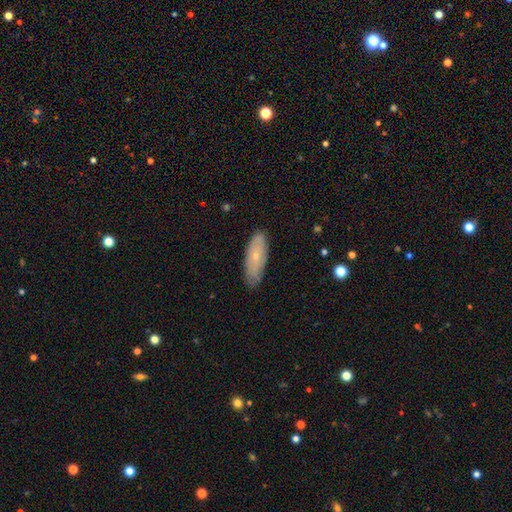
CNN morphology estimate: smooth-or-featured: smooth: 61% | featured or disk: 32% | star or artifact: 7%
  how-rounded: in between: 62% | cigar-shaped: 36% | round: 2%
  merging: none: 82% | minor disturbance: 14% | major disturbance: 2% | merger: 1%